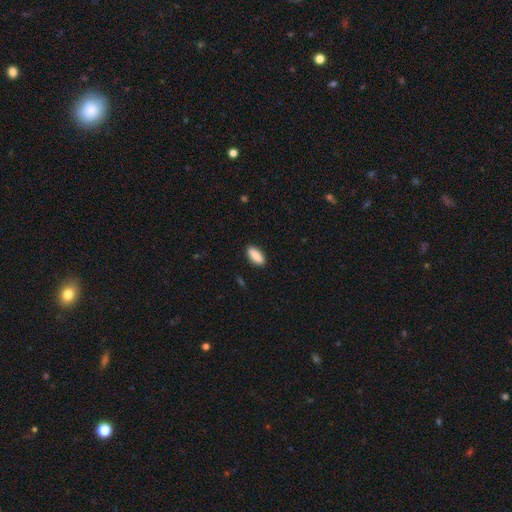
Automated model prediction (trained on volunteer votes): Smooth or featured?
  - smooth: 89% *
  - star or artifact: 6%
  - featured or disk: 5%
How rounded?
  - in between: 82% *
  - cigar-shaped: 16%
  - round: 2%
Merging?
  - none: 89% *
  - minor disturbance: 8%
  - major disturbance: 2%
  - merger: 1%